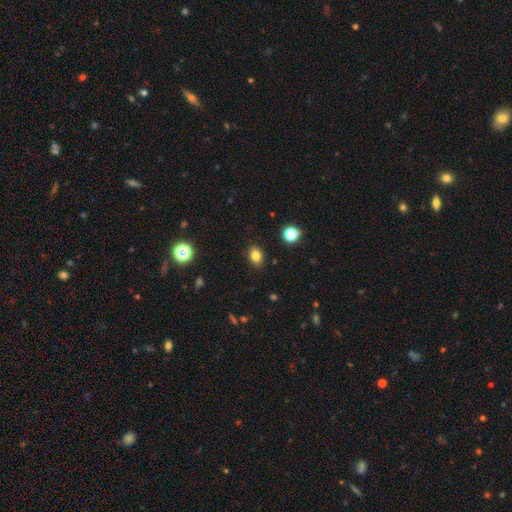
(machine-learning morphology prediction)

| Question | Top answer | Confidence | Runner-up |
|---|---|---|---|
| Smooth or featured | smooth | 80% | star or artifact (13%) |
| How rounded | in between | 67% | round (32%) |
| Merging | none | 88% | minor disturbance (8%) |